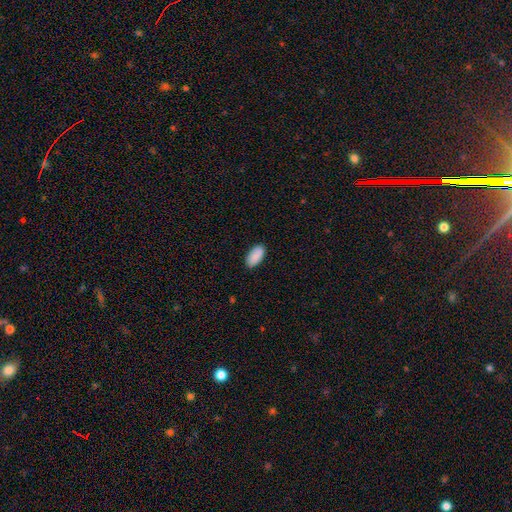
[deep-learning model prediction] This appears to be a smooth galaxy with no disk features (90%) that is in between round and cigar-shaped (95%). Merging: none (88%).